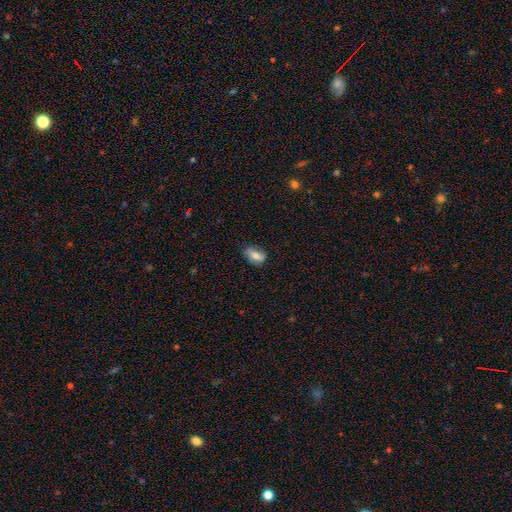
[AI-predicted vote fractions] A smooth galaxy with no disk features (68%) that is in between round and cigar-shaped (85%).

Vote fractions:
- Smooth or featured? smooth: 68% / featured or disk: 23% / star or artifact: 8%
- How rounded? in between: 85% / round: 8% / cigar-shaped: 7%
- Merging? none: 70% / minor disturbance: 24% / major disturbance: 5% / merger: 1%